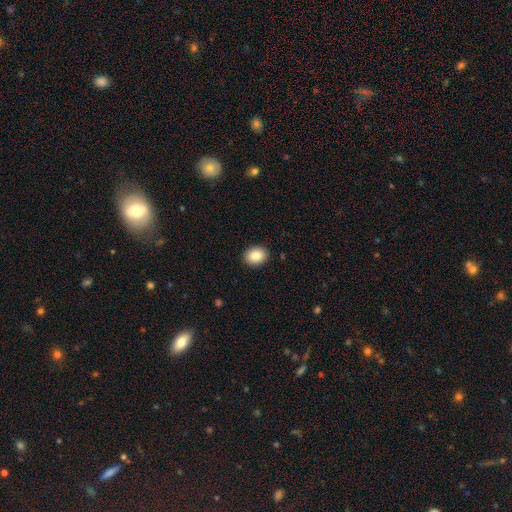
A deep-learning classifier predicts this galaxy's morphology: Smooth or featured: smooth — 86% (star or artifact — 8%)
How rounded: in between — 64% (round — 35%)
Merging: none — 90% (minor disturbance — 7%)